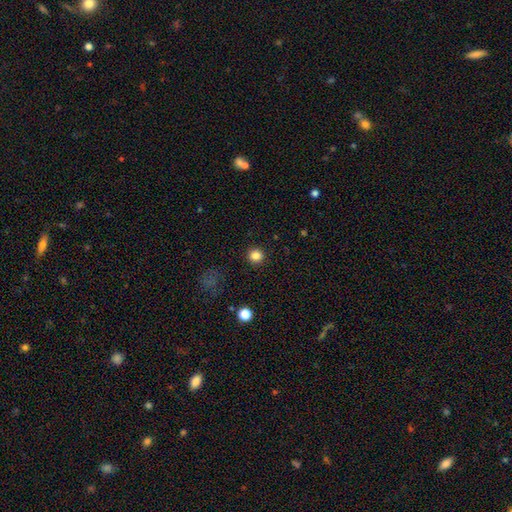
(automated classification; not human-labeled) Overall: smooth (84%). How rounded: round (94%). Merging: none (92%).